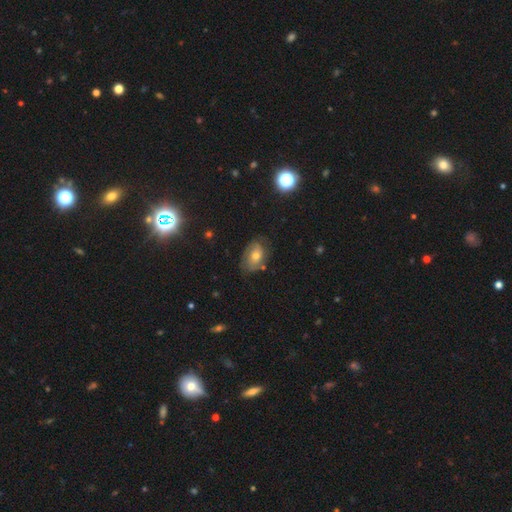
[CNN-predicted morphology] Q: Smooth or featured?
A: featured or disk (44%); runner-up: smooth (43%)
Q: Merging?
A: none (67%); runner-up: minor disturbance (23%)